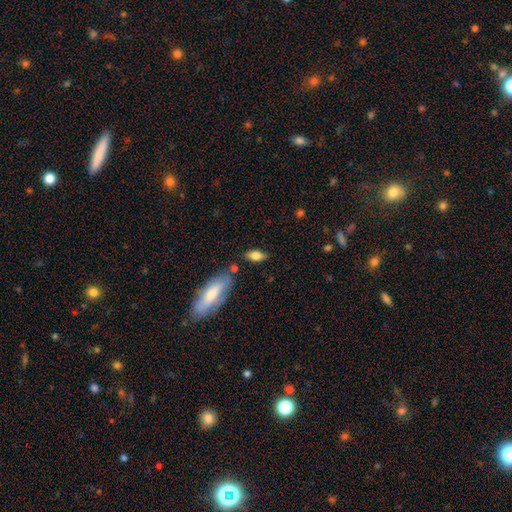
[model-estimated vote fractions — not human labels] smooth_or_featured: smooth (p=0.73) [alt: featured or disk p=0.20]
how_rounded: in between (p=0.79) [alt: cigar-shaped p=0.17]
merging: none (p=0.74) [alt: minor disturbance p=0.15]